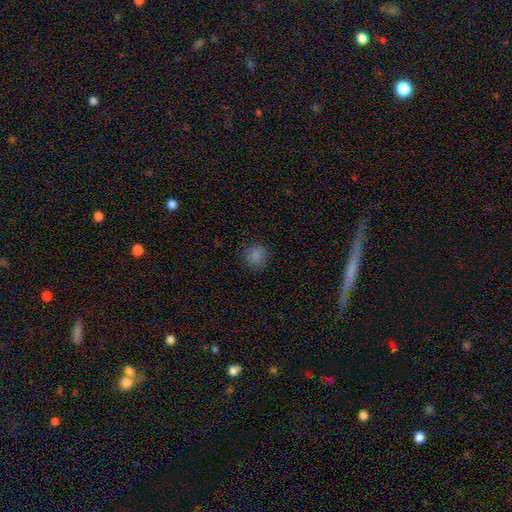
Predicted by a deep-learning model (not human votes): This is likely a smooth galaxy (77%). How rounded: clearly round (91%). Merging: clearly none (89%).